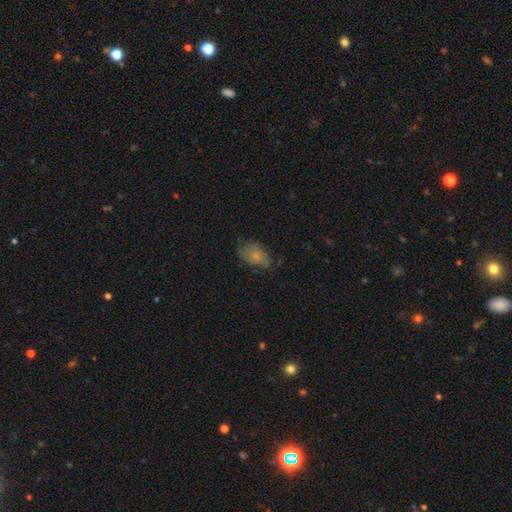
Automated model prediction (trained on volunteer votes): Overall: smooth (70%). How rounded: in between (89%). Merging: none (56%; minor disturbance 28%).